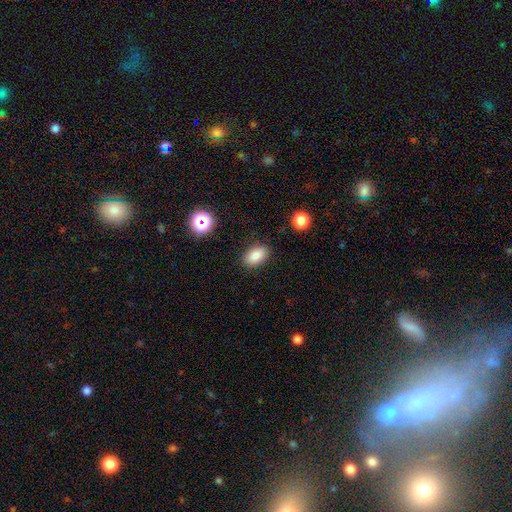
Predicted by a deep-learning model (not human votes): Smooth or featured? Predicted: smooth (p=0.85). How rounded? Predicted: in between (p=0.90). Merging? Predicted: none (p=0.87).